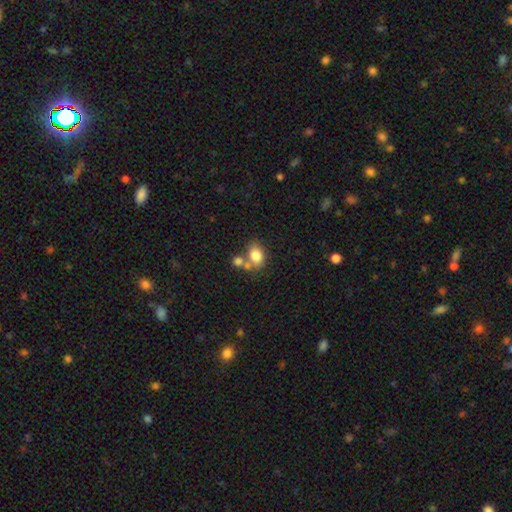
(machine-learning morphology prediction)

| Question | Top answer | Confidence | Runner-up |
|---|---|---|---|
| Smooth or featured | smooth | 80% | featured or disk (10%) |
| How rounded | in between | 68% | round (31%) |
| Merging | none | 48% | merger (35%) |